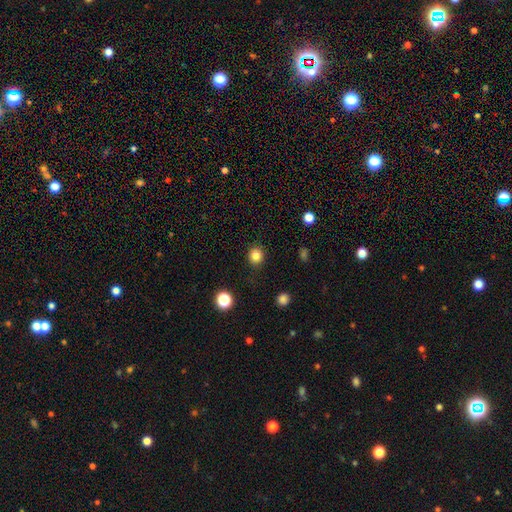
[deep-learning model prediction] Q: Smooth or featured?
A: smooth (83%); runner-up: star or artifact (12%)
Q: How rounded?
A: round (83%); runner-up: in between (16%)
Q: Merging?
A: none (88%); runner-up: minor disturbance (8%)